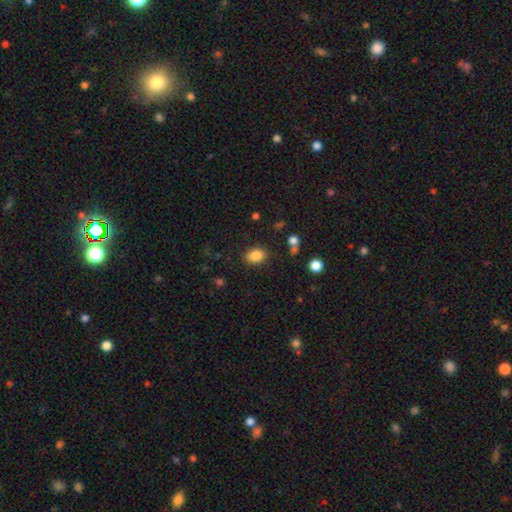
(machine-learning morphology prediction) Smooth or featured: smooth — 85% (star or artifact — 10%)
How rounded: in between — 76% (round — 23%)
Merging: none — 84% (minor disturbance — 10%)